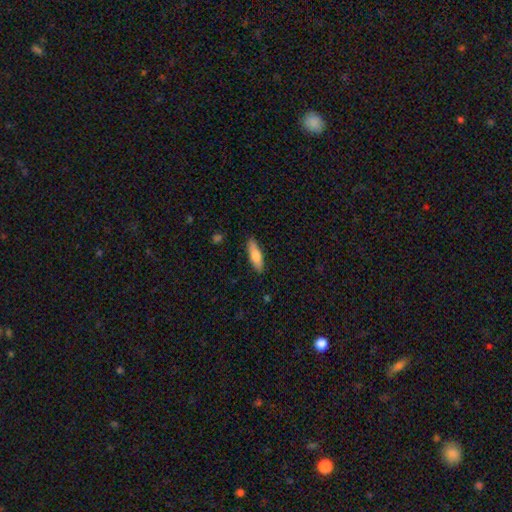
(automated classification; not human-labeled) The model was most divided on "how rounded": cigar-shaped: 52%, in between: 46%, round: 2%. More confident: merging — none (85%); smooth or featured — smooth (74%).